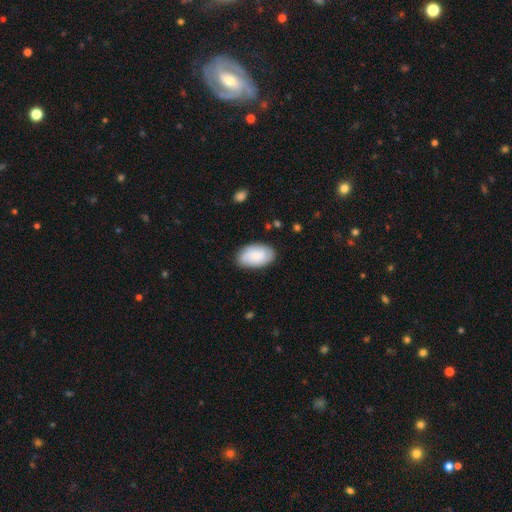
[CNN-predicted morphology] type=smooth (71%); roundness=in between (94%); merging=none (82%).